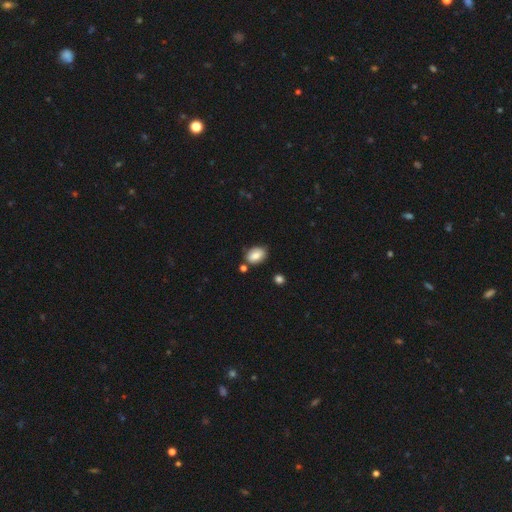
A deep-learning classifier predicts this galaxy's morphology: A smooth galaxy with no disk features (82%) that is in between round and cigar-shaped (83%). Merging: none (72%).